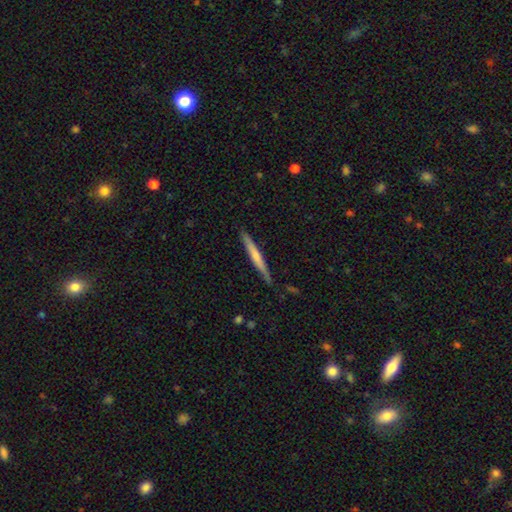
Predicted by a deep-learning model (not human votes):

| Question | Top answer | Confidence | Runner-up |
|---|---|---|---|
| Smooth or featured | smooth | 55% | featured or disk (40%) |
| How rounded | cigar-shaped | 96% | in between (3%) |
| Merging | none | 86% | minor disturbance (10%) |